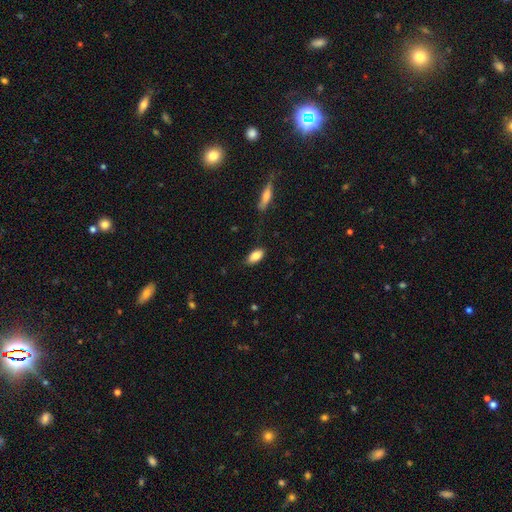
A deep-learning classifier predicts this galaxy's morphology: smooth_or_featured: smooth (p=0.85) [alt: featured or disk p=0.08]
how_rounded: in between (p=0.90) [alt: cigar-shaped p=0.07]
merging: none (p=0.81) [alt: minor disturbance p=0.15]